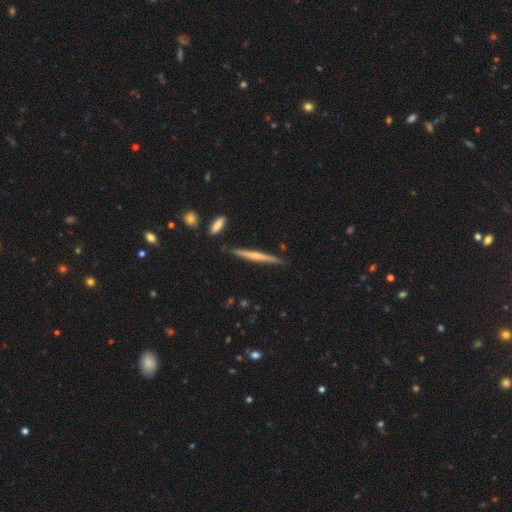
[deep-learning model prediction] Morphology: type=featured or disk (55%); edge-on=yes (97%); edge-on bulge=rounded (49%); merging=none (87%).